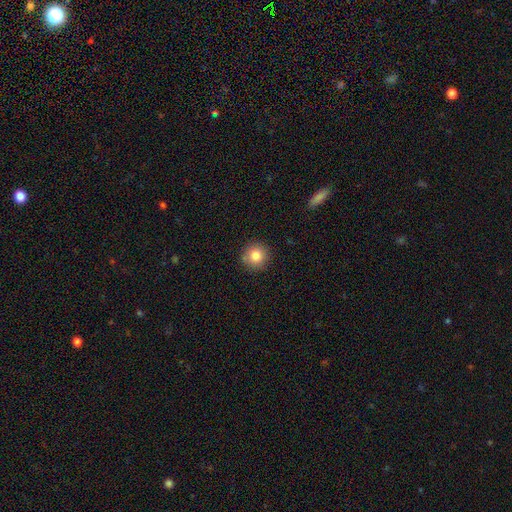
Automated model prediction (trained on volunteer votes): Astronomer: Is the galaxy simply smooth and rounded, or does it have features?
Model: smooth — 84%.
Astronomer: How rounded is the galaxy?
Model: round — 94%.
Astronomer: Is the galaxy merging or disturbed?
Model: none — 89%.